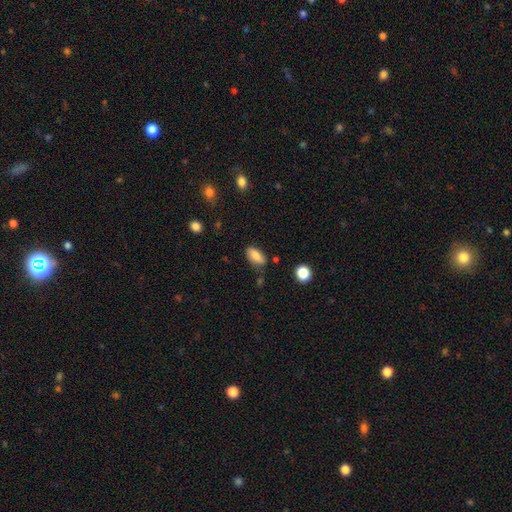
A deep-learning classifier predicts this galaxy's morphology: A smooth galaxy with no disk features (81%) that is in between round and cigar-shaped (88%).

Vote fractions:
- Smooth or featured? smooth: 81% / featured or disk: 11% / star or artifact: 8%
- How rounded? in between: 88% / cigar-shaped: 8% / round: 4%
- Merging? none: 67% / minor disturbance: 23% / major disturbance: 5% / merger: 4%